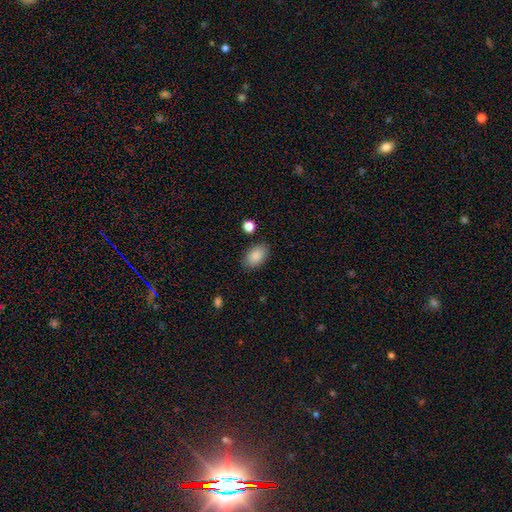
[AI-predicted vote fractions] A smooth galaxy with no disk features (88%) that is in between round and cigar-shaped (90%). Merging: none (84%).